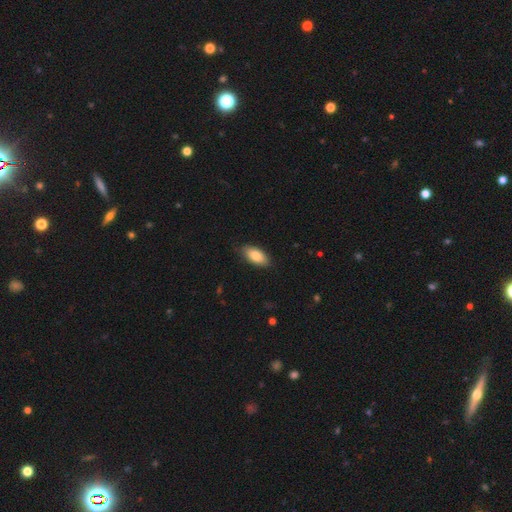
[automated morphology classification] type=smooth (84%); roundness=in between (91%); merging=none (84%).